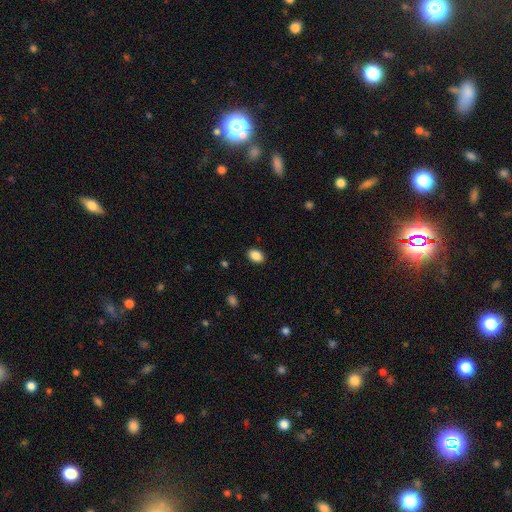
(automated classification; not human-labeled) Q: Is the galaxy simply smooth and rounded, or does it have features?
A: smooth — 89%.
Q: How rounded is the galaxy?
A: in between — 86%.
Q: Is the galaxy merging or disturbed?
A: none — 89%.